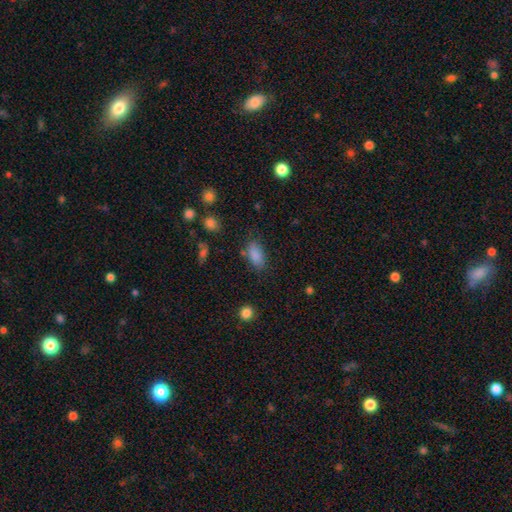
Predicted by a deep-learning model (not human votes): smooth_or_featured: smooth (p=0.85) [alt: star or artifact p=0.09]
how_rounded: in between (p=0.90) [alt: cigar-shaped p=0.05]
merging: none (p=0.72) [alt: minor disturbance p=0.18]